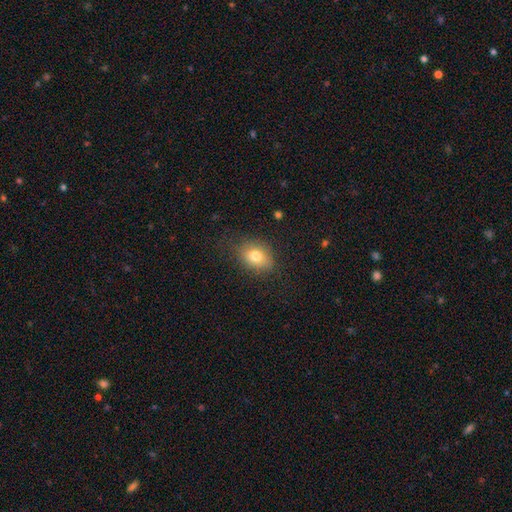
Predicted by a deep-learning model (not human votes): Overall: smooth (76%). How rounded: in between (59%; round 40%). Merging: none (75%).